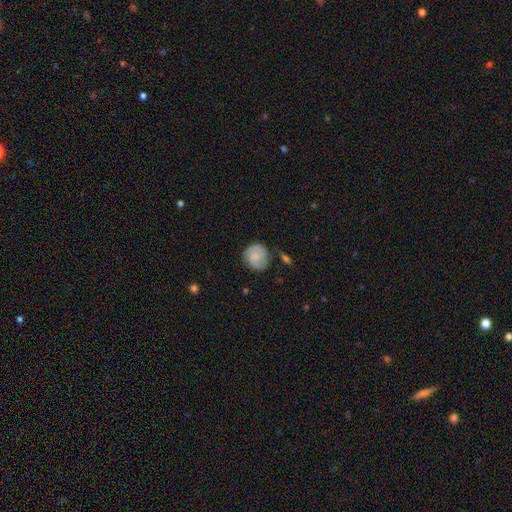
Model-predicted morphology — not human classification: A smooth galaxy with no disk features (66%) that is round (82%).

Vote fractions:
- Smooth or featured? smooth: 66% / featured or disk: 26% / star or artifact: 7%
- How rounded? round: 82% / in between: 17% / cigar-shaped: 1%
- Merging? none: 67% / minor disturbance: 23% / major disturbance: 7% / merger: 4%